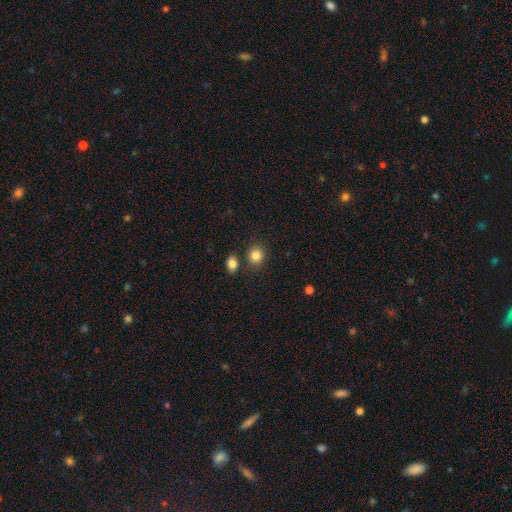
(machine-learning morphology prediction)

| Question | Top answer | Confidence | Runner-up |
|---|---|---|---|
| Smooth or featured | smooth | 84% | star or artifact (10%) |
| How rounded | round | 75% | in between (24%) |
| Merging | none | 76% | merger (11%) |